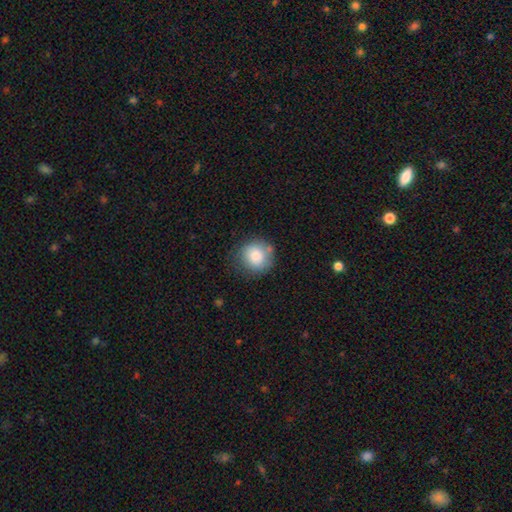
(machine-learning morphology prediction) Smooth or featured? Predicted: smooth (p=0.81). How rounded? Predicted: round (p=0.89). Merging? Predicted: none (p=0.73).